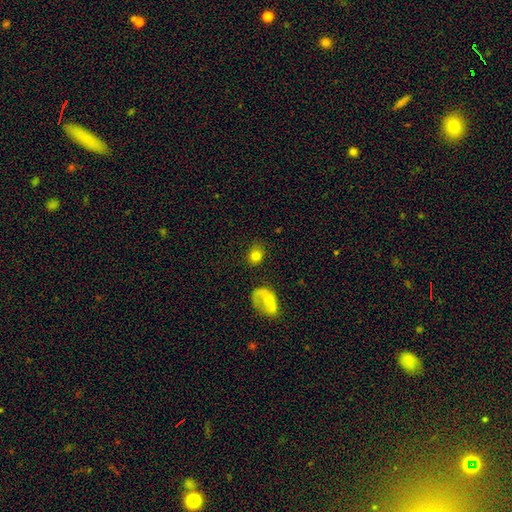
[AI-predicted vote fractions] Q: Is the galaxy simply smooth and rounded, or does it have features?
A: smooth — 78%.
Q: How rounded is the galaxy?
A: round — 58%.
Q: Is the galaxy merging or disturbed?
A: none — 75%.